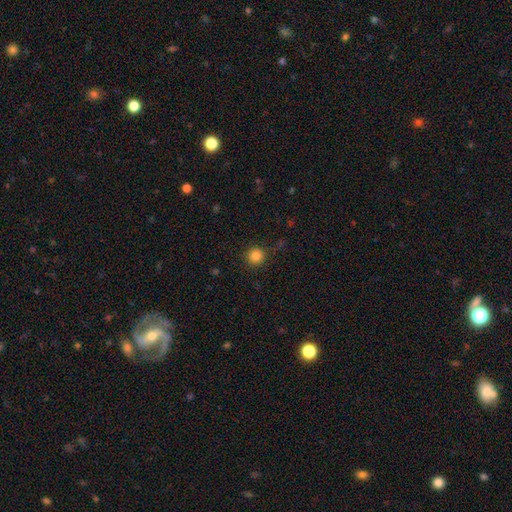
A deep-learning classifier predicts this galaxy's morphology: Smooth or featured? smooth (84%)
How rounded? round (94%)
Merging? none (89%)